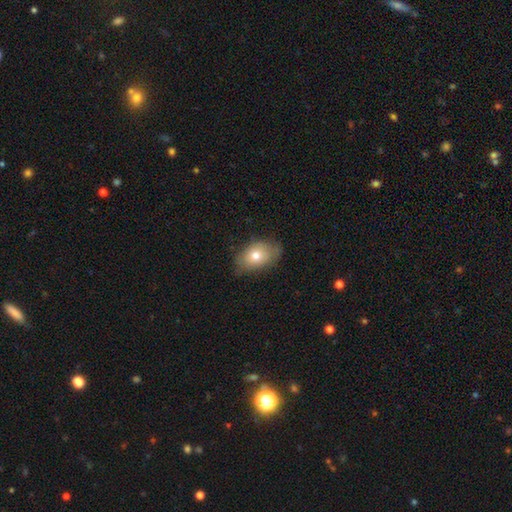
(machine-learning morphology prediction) Smooth or featured? Predicted: smooth (p=0.72). How rounded? Predicted: in between (p=0.85). Merging? Predicted: none (p=0.69).